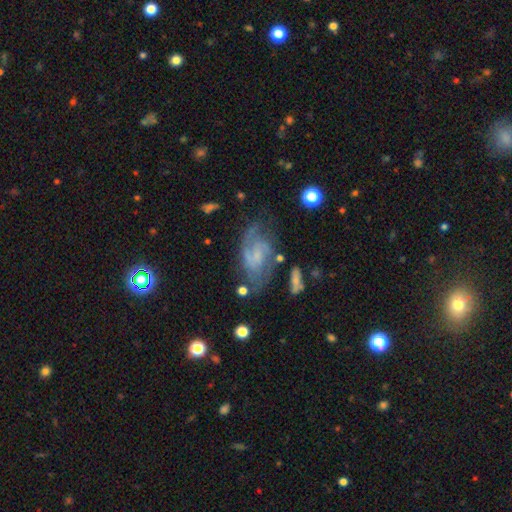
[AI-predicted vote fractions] smooth_or_featured: featured or disk (p=0.78) [alt: smooth p=0.13]
disk_edge_on: no (p=0.96) [alt: yes p=0.04]
bar: no (p=0.46) [alt: weak p=0.44]
has_spiral_arms: yes (p=0.93) [alt: no p=0.07]
spiral_winding: medium (p=0.49) [alt: tight p=0.29]
spiral_arm_count: 2 (p=0.69) [alt: can't tell p=0.15]
bulge_size: small (p=0.49) [alt: none p=0.34]
merging: none (p=0.60) [alt: minor disturbance p=0.21]